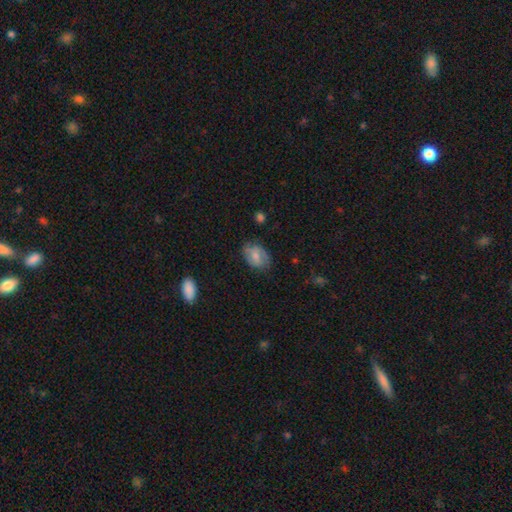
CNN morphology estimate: Smooth or featured? smooth (65%)
How rounded? in between (82%)
Merging? none (69%)